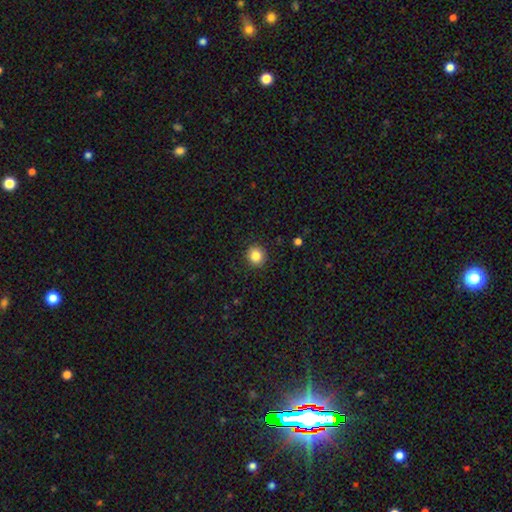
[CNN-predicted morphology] smooth-or-featured: smooth: 84% | star or artifact: 10% | featured or disk: 6%
  how-rounded: round: 88% | in between: 11% | cigar-shaped: 1%
  merging: none: 91% | minor disturbance: 6% | major disturbance: 2% | merger: 1%